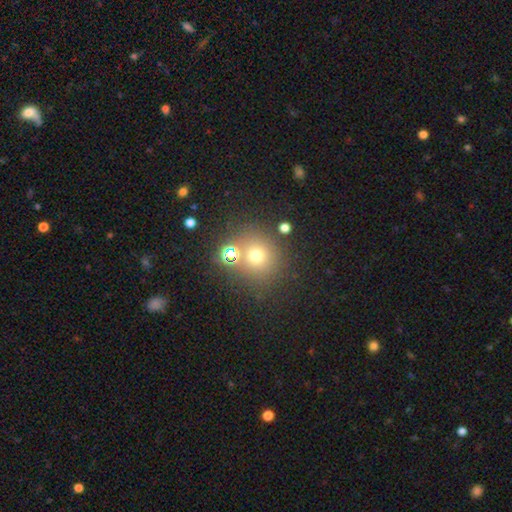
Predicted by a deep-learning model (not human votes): Smooth or featured? Predicted: smooth (p=0.65). How rounded? Predicted: round (p=0.88). Merging? Predicted: none (p=0.73).